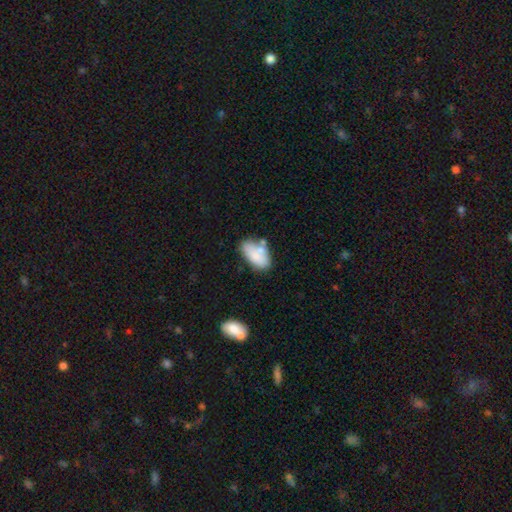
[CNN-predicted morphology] Smooth or featured?
  - smooth: 73% *
  - featured or disk: 20%
  - star or artifact: 7%
How rounded?
  - in between: 93% *
  - round: 4%
  - cigar-shaped: 3%
Merging?
  - none: 51% *
  - minor disturbance: 22%
  - merger: 20%
  - major disturbance: 7%